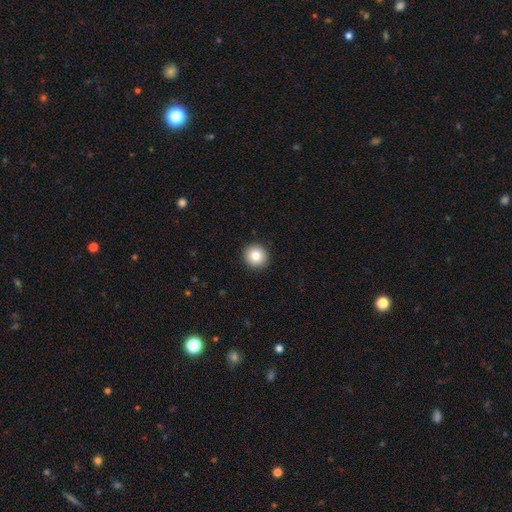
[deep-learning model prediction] Smooth or featured? Predicted: smooth (p=0.82). How rounded? Predicted: round (p=0.94). Merging? Predicted: none (p=0.93).